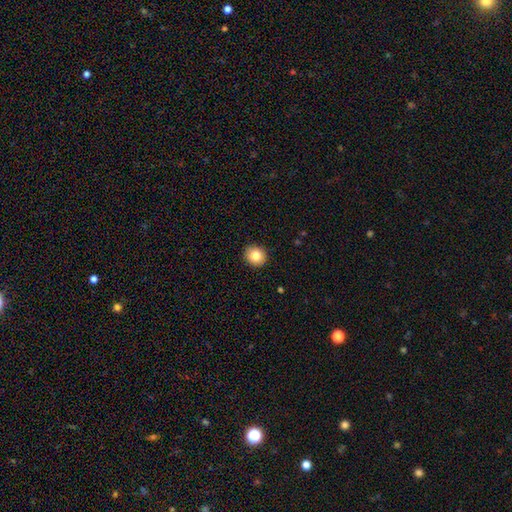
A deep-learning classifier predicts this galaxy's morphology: smooth 83%, star or artifact 9%, featured or disk 8%. Down the decision tree: how rounded — round (85%); merging — none (91%).